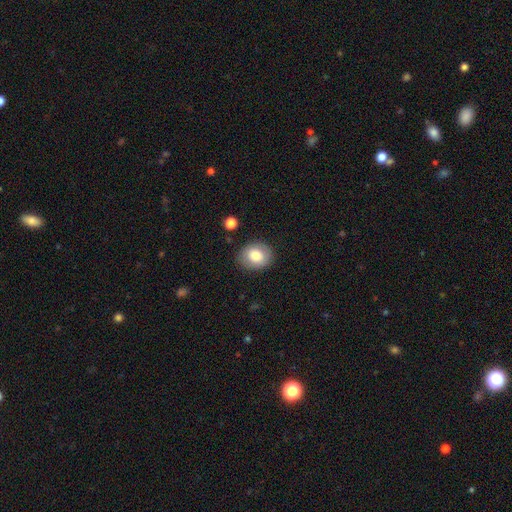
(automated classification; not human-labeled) smooth-or-featured: smooth: 81% | featured or disk: 11% | star or artifact: 8%
  how-rounded: round: 54% | in between: 45% | cigar-shaped: 1%
  merging: none: 83% | minor disturbance: 12% | major disturbance: 3% | merger: 2%